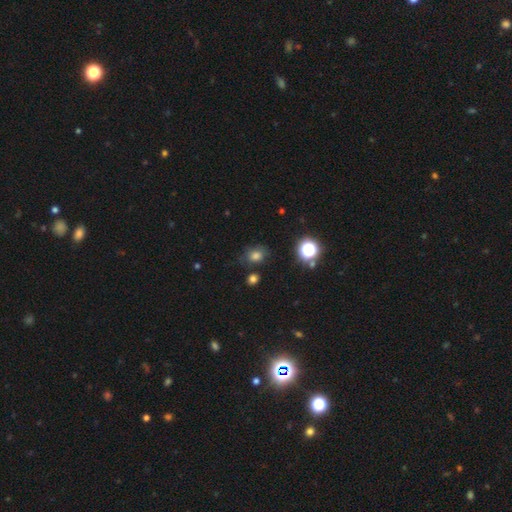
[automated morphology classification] Q: Smooth or featured?
A: smooth (73%); runner-up: star or artifact (19%)
Q: How rounded?
A: round (52%); runner-up: in between (46%)
Q: Merging?
A: none (72%); runner-up: minor disturbance (18%)